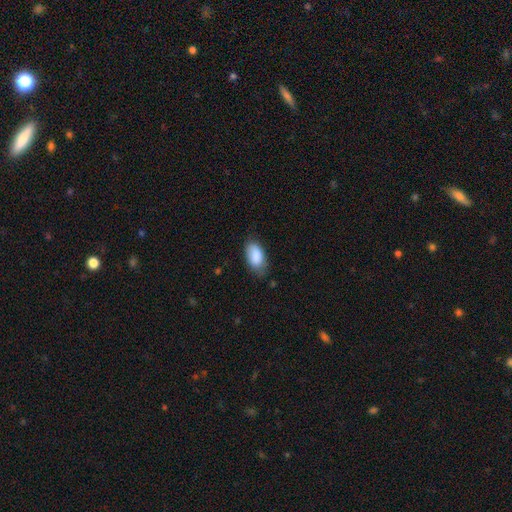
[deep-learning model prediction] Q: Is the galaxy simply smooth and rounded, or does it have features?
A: smooth — 87%.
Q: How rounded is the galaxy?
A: in between — 93%.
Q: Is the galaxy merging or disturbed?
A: none — 68%.